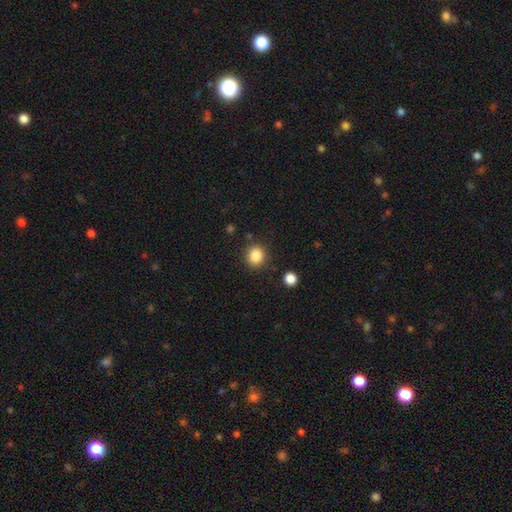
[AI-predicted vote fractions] Q: Smooth or featured?
A: smooth (85%); runner-up: star or artifact (11%)
Q: How rounded?
A: round (86%); runner-up: in between (14%)
Q: Merging?
A: none (87%); runner-up: minor disturbance (8%)